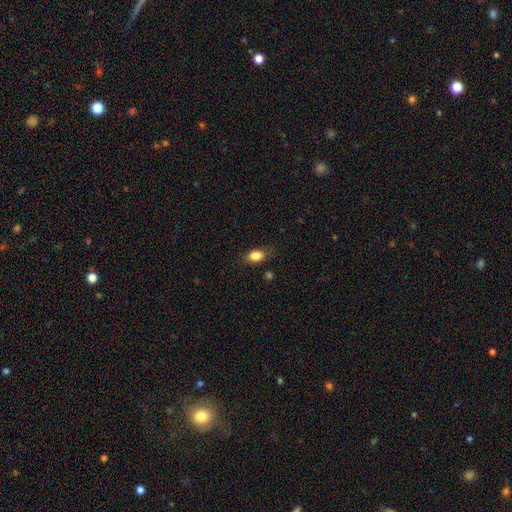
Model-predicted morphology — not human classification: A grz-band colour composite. It shows a smooth galaxy with no disk features (84%) that is in between round and cigar-shaped (82%). Merging: none (74%).